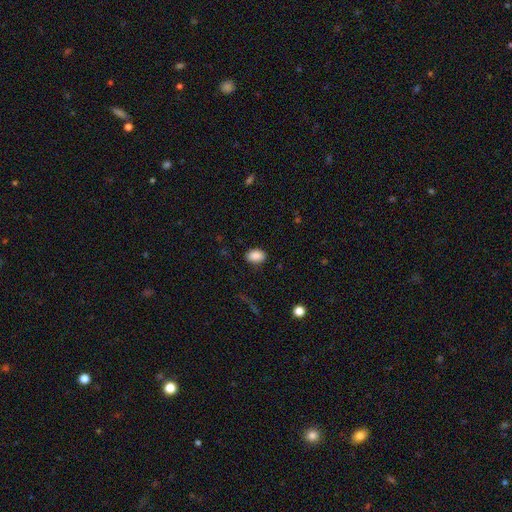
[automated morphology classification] A smooth galaxy with no disk features (89%) that is in between round and cigar-shaped (85%).

Vote fractions:
- Smooth or featured? smooth: 89% / star or artifact: 8% / featured or disk: 4%
- How rounded? in between: 85% / round: 13% / cigar-shaped: 1%
- Merging? none: 85% / minor disturbance: 11% / major disturbance: 3% / merger: 1%